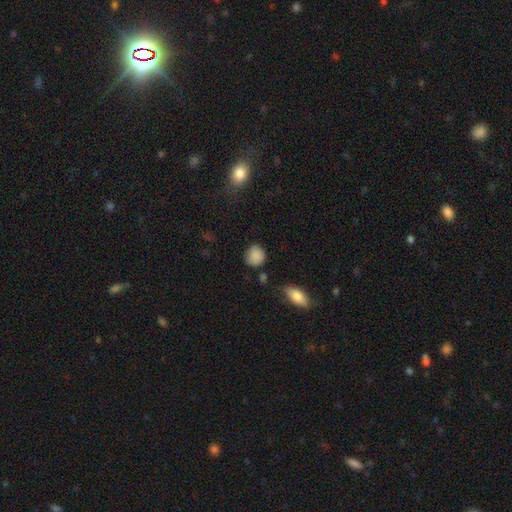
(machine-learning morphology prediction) This is clearly a smooth galaxy (87%). How rounded: clearly round (83%). Merging: likely none (77%).